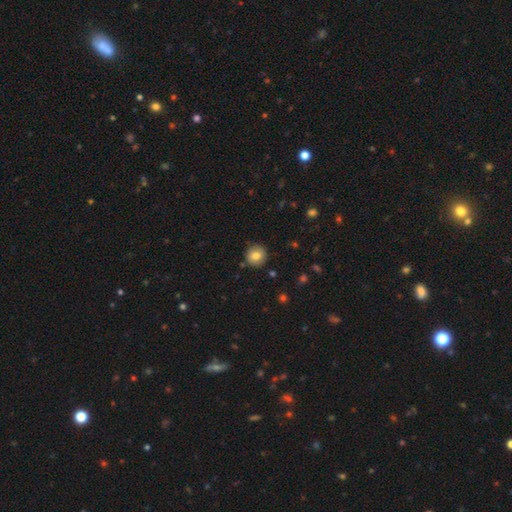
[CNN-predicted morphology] Smooth or featured? smooth (79%)
How rounded? round (93%)
Merging? none (88%)